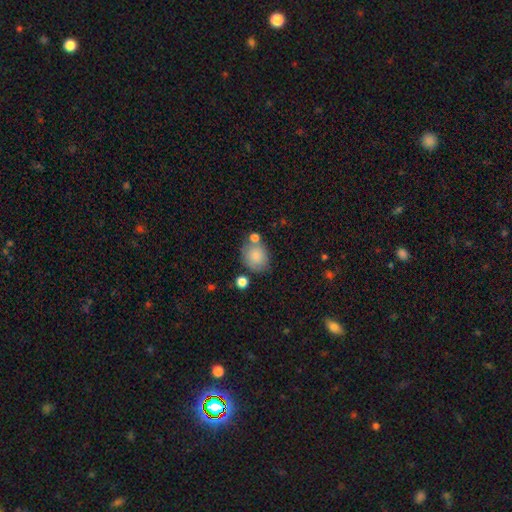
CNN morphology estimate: The model was most divided on "how rounded": round: 60%, in between: 39%, cigar-shaped: 1%. More confident: smooth or featured — smooth (82%); merging — none (63%).